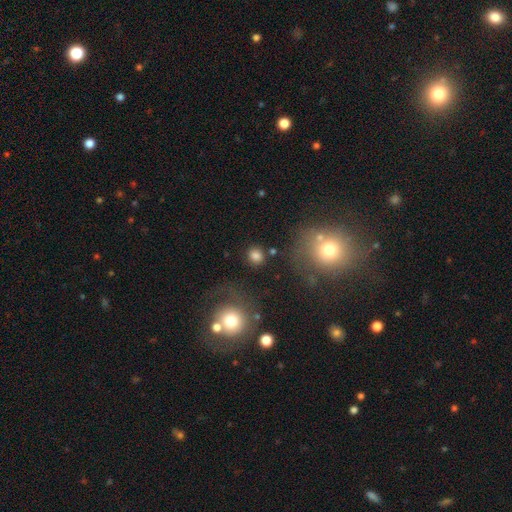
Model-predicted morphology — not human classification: smooth_or_featured: smooth (p=0.81) [alt: star or artifact p=0.12]
how_rounded: round (p=0.83) [alt: in between p=0.16]
merging: none (p=0.82) [alt: minor disturbance p=0.08]